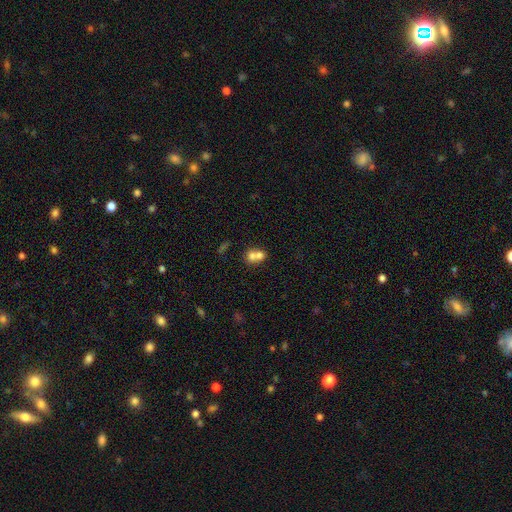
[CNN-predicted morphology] type=smooth (68%); roundness=round (63%); merging=merger (70%).